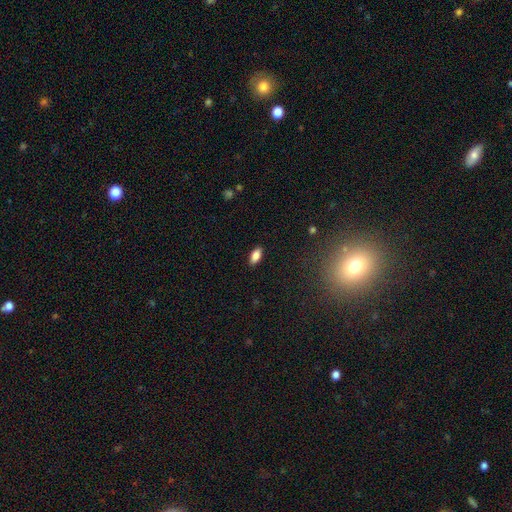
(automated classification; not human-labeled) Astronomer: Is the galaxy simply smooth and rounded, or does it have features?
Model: smooth — 85%.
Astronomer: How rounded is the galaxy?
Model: in between — 88%.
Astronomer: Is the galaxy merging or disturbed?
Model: none — 89%.